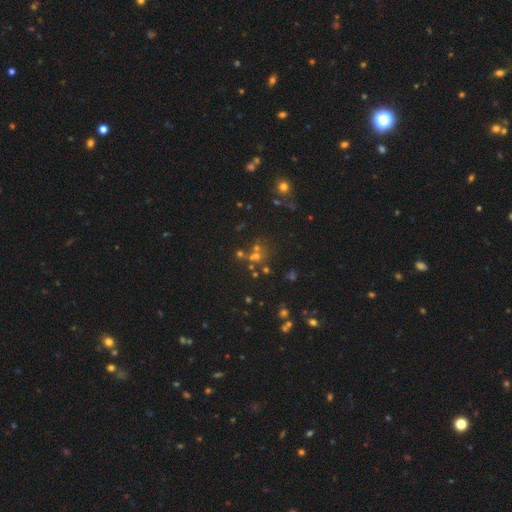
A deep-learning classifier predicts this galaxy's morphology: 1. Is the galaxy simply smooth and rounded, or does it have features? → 46% star or artifact, 39% smooth, 15% featured or disk.